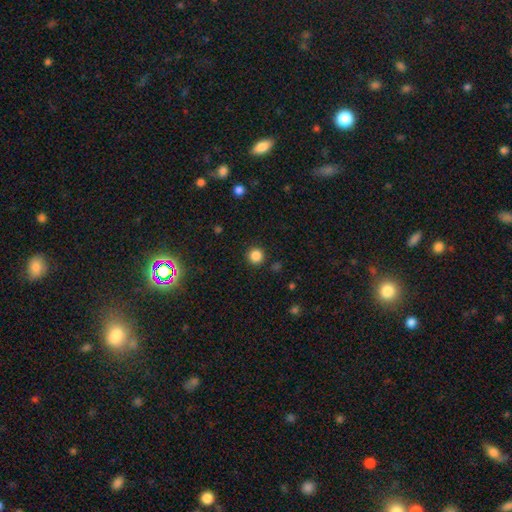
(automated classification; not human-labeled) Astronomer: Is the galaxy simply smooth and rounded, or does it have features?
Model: smooth — 85%.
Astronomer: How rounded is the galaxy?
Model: round — 95%.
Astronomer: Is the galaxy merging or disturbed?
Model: none — 92%.